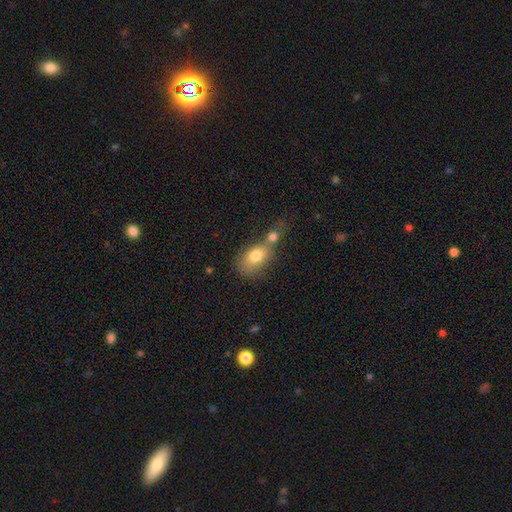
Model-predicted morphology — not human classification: Q: Smooth or featured?
A: smooth (76%); runner-up: featured or disk (16%)
Q: How rounded?
A: in between (79%); runner-up: round (18%)
Q: Merging?
A: merger (50%); runner-up: none (31%)